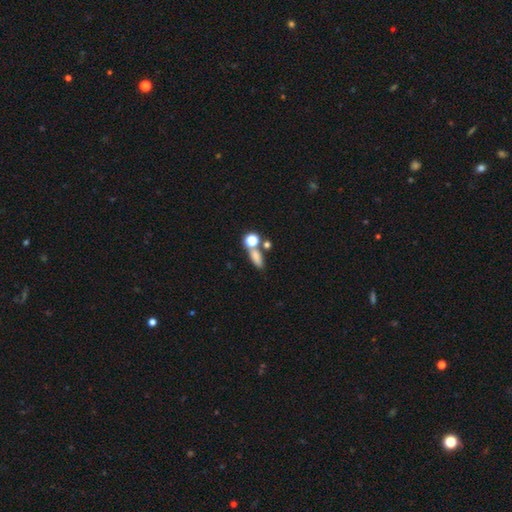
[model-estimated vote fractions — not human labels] Q: Smooth or featured?
A: smooth (72%); runner-up: star or artifact (17%)
Q: How rounded?
A: in between (57%); runner-up: round (23%)
Q: Merging?
A: none (54%); runner-up: merger (29%)